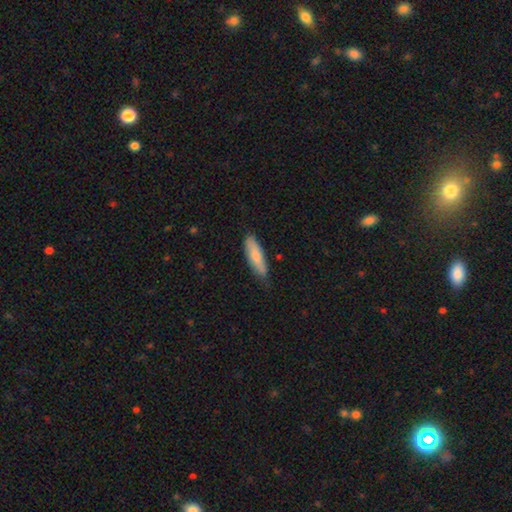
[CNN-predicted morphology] smooth 79%, featured or disk 15%, star or artifact 5%. Down the decision tree: how rounded — cigar-shaped (59%); merging — none (77%).